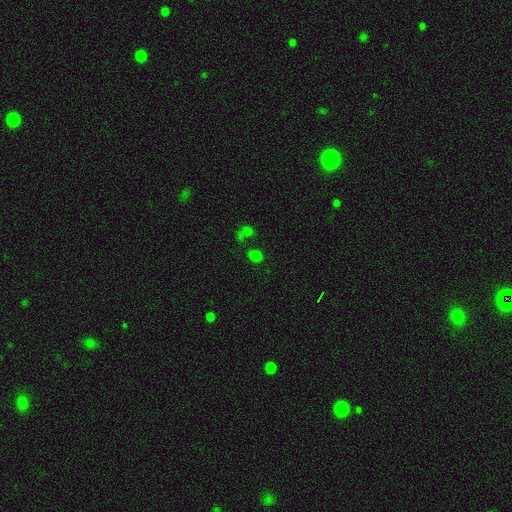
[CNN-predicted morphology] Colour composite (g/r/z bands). It shows a smooth galaxy with no disk features (67%) that is round (50%). Merging: none (61%).